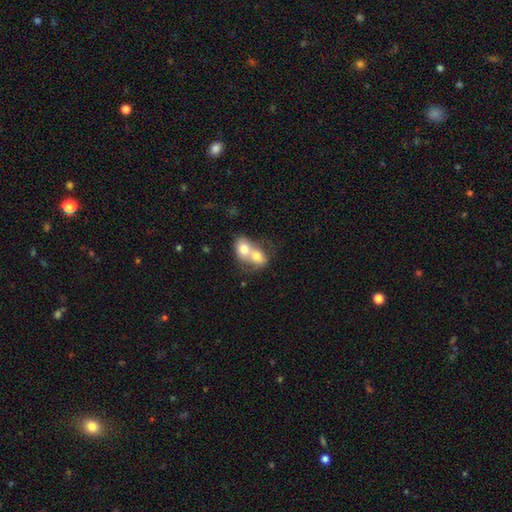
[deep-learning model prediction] The model was most divided on "how rounded": in between: 54%, round: 44%, cigar-shaped: 1%. More confident: merging — merger (80%); smooth or featured — smooth (68%).